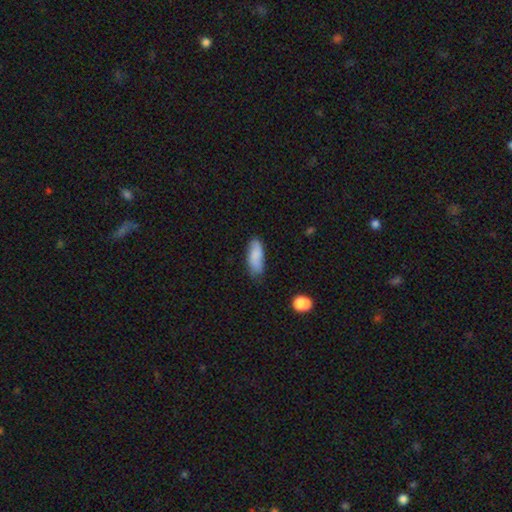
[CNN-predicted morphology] A smooth galaxy with no disk features (81%) that is in between round and cigar-shaped (72%). Merging: none (67%).